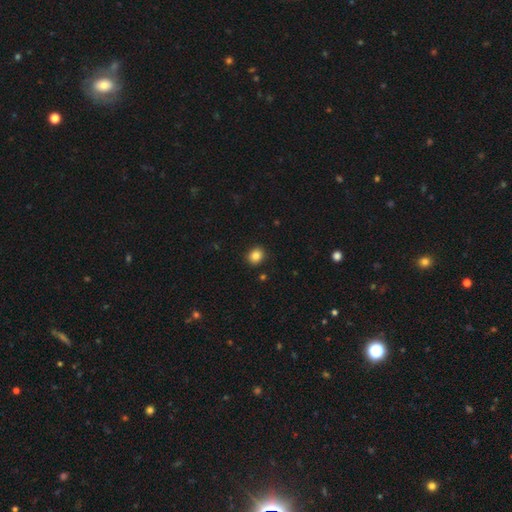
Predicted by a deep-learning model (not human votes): A smooth galaxy with no disk features (85%) that is round (68%). Merging: none (90%).